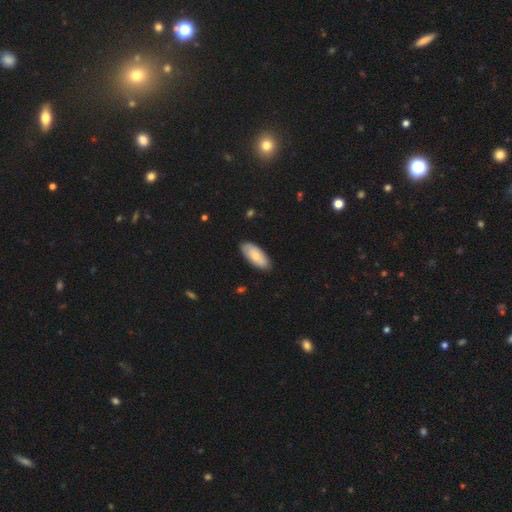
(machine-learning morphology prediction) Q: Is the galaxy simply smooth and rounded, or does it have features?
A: smooth — 73%.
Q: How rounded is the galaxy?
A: in between — 90%.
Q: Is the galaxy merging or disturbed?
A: none — 85%.